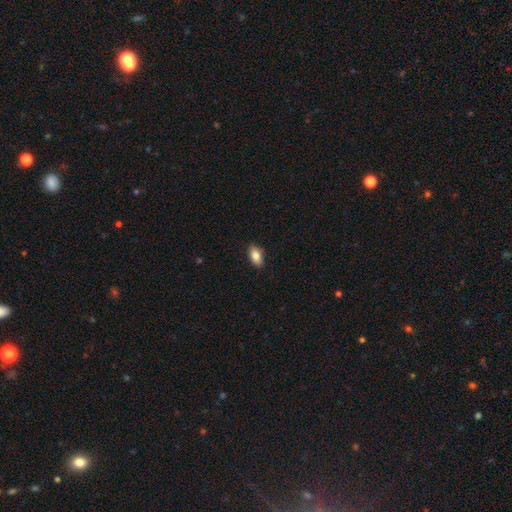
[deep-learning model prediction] Overall: smooth (83%). How rounded: in between (90%). Merging: none (87%).